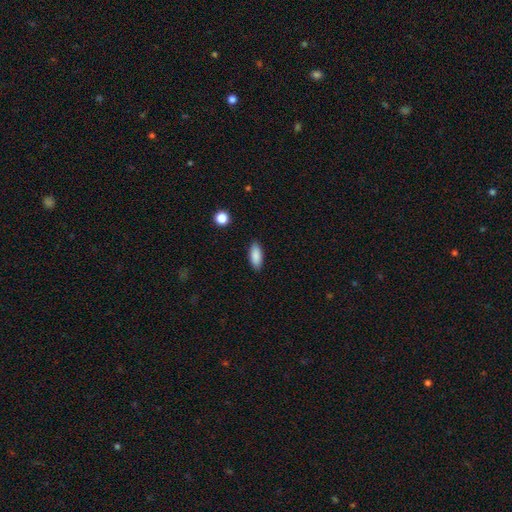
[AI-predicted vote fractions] smooth_or_featured: smooth (p=0.88) [alt: star or artifact p=0.07]
how_rounded: in between (p=0.82) [alt: cigar-shaped p=0.16]
merging: none (p=0.88) [alt: minor disturbance p=0.09]